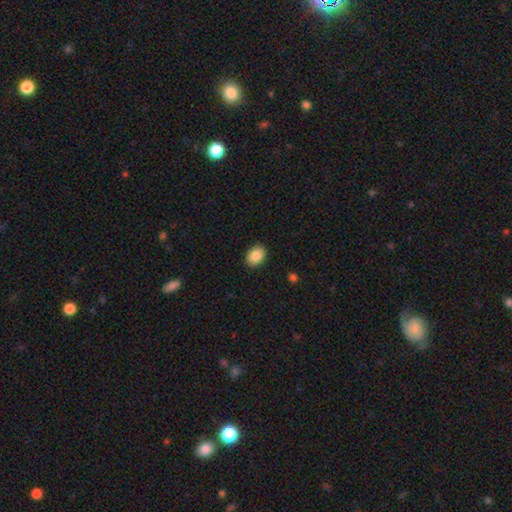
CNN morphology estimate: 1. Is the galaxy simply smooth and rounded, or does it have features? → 87% smooth, 8% star or artifact, 5% featured or disk.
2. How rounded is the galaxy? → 71% in between, 29% round, 1% cigar-shaped.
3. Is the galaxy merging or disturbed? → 90% none, 7% minor disturbance, 2% major disturbance, 1% merger.